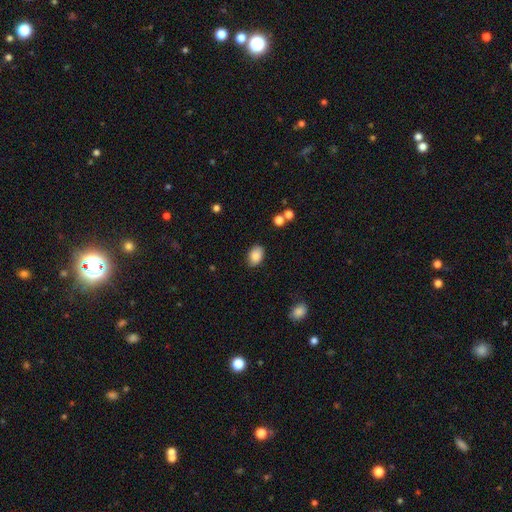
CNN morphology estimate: A smooth galaxy with no disk features (86%) that is in between round and cigar-shaped (84%). Merging: none (84%).